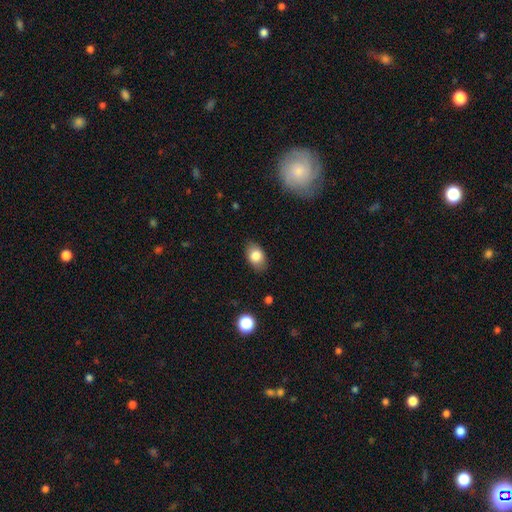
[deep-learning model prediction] Q: Smooth or featured?
A: smooth (81%); runner-up: featured or disk (11%)
Q: How rounded?
A: in between (85%); runner-up: round (14%)
Q: Merging?
A: none (83%); runner-up: minor disturbance (12%)